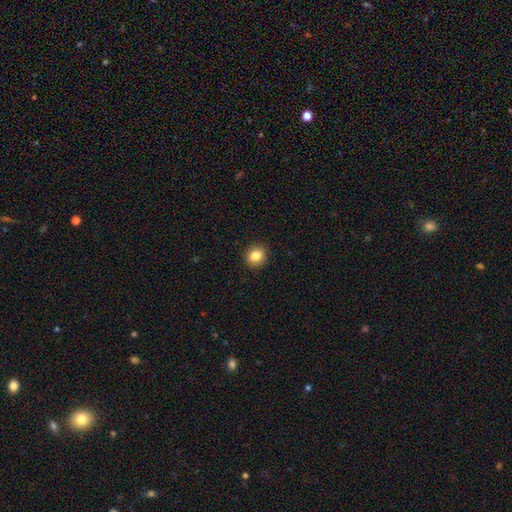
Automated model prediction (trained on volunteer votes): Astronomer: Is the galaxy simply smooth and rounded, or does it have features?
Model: smooth — 84%.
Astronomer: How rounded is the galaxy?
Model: round — 81%.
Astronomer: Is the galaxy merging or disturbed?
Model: none — 92%.